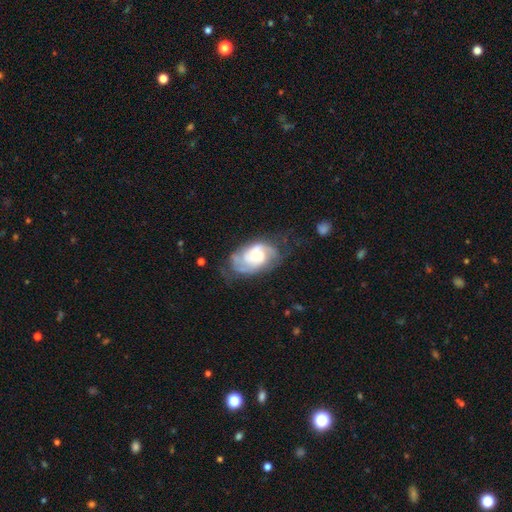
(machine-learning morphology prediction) This appears to be a featured or disk galaxy (78%) with no bar (67%), 2 (50%) tight (47%) spiral arms (92%) and a moderate central bulge (51%). Merging: none (55%).